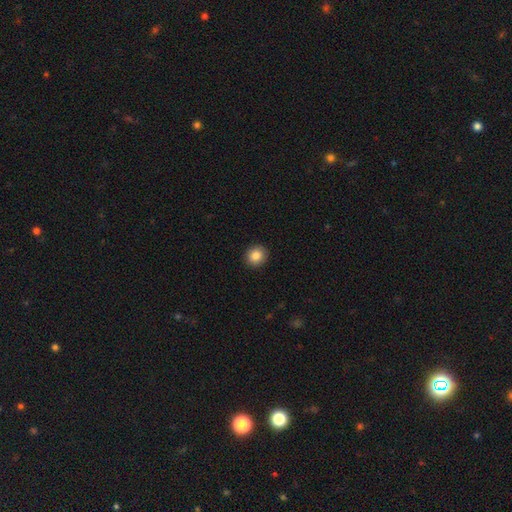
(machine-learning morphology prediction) Q: Smooth or featured?
A: smooth (85%); runner-up: star or artifact (9%)
Q: How rounded?
A: round (86%); runner-up: in between (13%)
Q: Merging?
A: none (92%); runner-up: minor disturbance (5%)